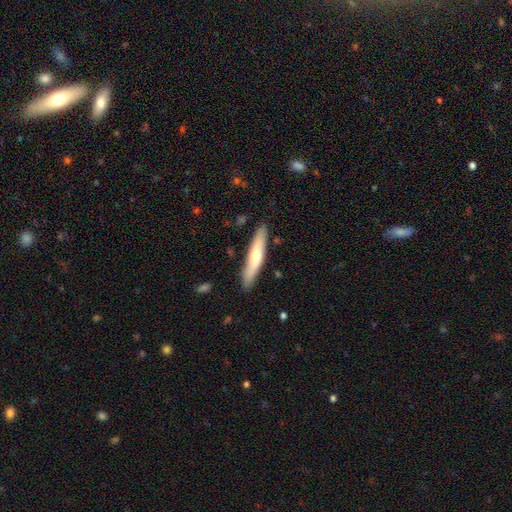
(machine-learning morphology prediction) Smooth or featured? smooth (59%)
How rounded? cigar-shaped (86%)
Merging? none (85%)